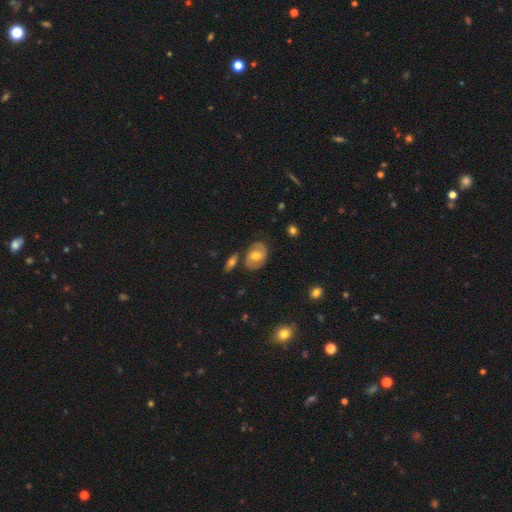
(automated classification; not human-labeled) This appears to be a featured or disk galaxy (48%). Merging: none (74%).